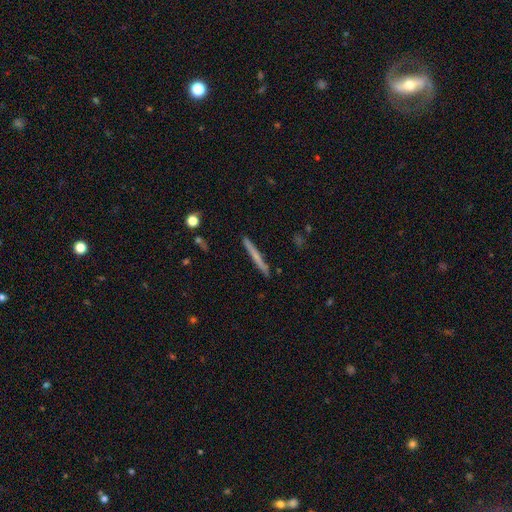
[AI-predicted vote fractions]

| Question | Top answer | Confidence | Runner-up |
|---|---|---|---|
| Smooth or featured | smooth | 54% | featured or disk (39%) |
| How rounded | cigar-shaped | 96% | in between (2%) |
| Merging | none | 91% | minor disturbance (6%) |